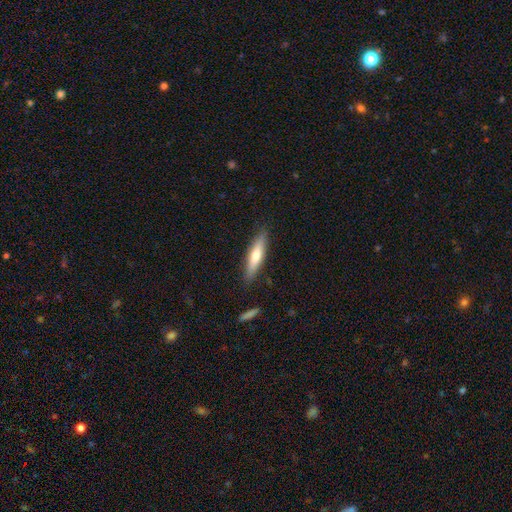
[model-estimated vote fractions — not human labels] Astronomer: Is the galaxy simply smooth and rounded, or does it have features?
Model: smooth — 58% (runner-up: featured or disk, 36%).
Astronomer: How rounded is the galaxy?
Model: cigar-shaped — 78%.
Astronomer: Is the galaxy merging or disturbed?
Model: none — 86%.